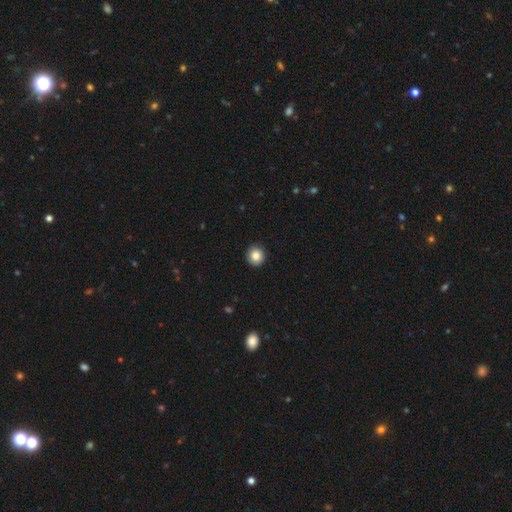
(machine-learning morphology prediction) Smooth or featured? smooth (85%)
How rounded? round (91%)
Merging? none (92%)